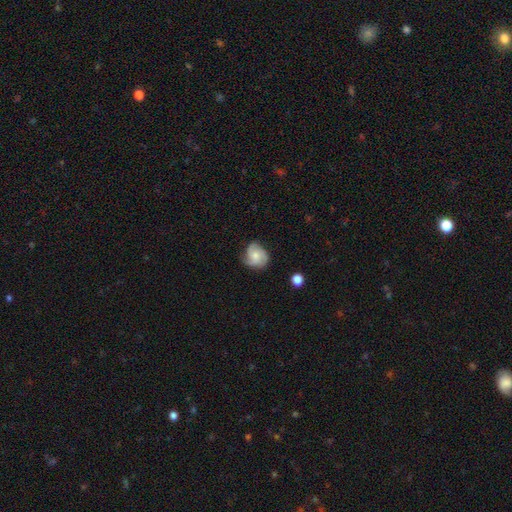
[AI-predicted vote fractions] This appears to be a featured or disk galaxy (63%) with no bar (76%), 3 (64%) medium (43%) spiral arms (94%) and a small central bulge (43%). Merging: none (68%).